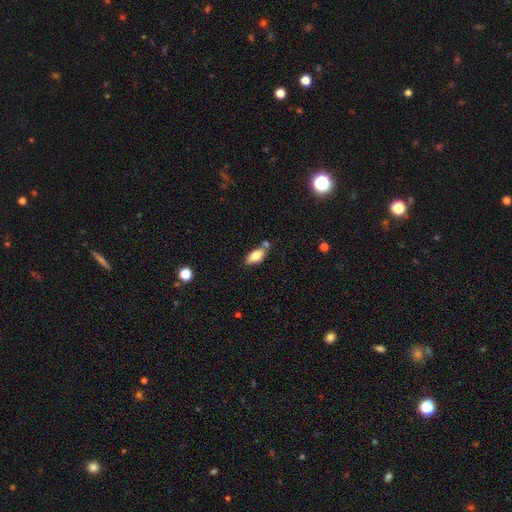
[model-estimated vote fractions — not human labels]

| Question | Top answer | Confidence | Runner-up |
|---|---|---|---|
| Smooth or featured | smooth | 73% | featured or disk (19%) |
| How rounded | in between | 82% | cigar-shaped (15%) |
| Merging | none | 63% | minor disturbance (17%) |